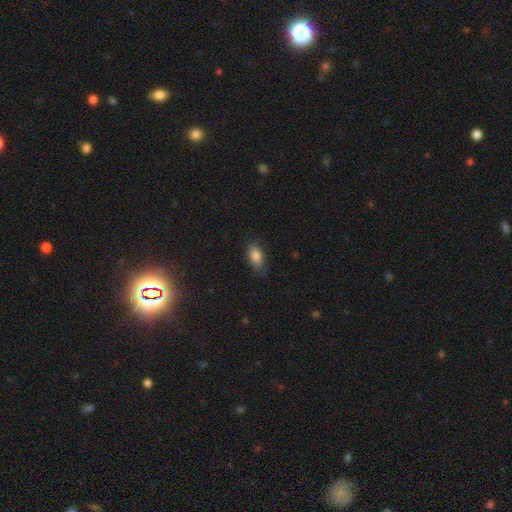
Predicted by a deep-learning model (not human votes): A smooth galaxy with no disk features (86%) that is in between round and cigar-shaped (89%). Merging: none (77%).